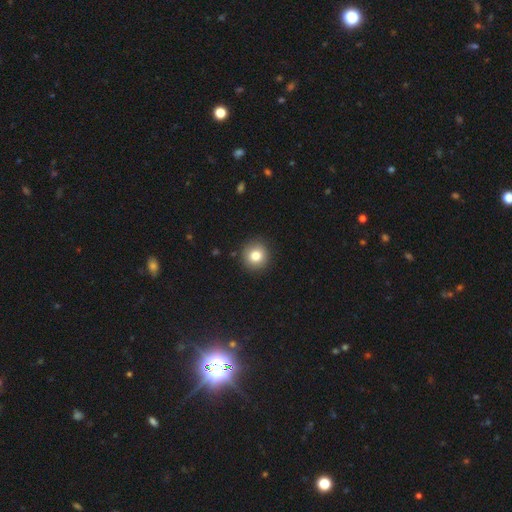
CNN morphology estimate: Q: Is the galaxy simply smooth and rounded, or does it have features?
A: smooth — 81%.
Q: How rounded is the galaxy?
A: round — 93%.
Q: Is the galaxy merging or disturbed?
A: none — 90%.